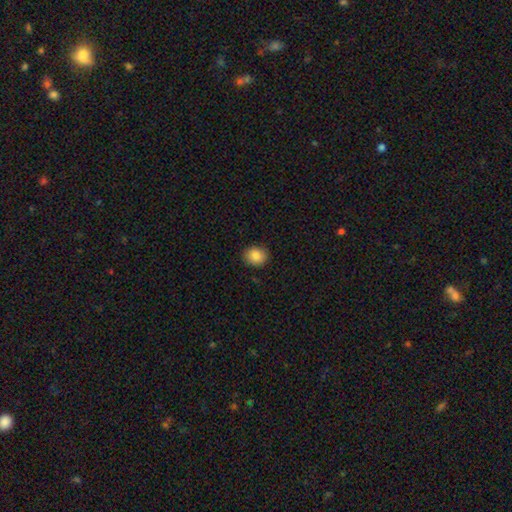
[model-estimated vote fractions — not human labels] A smooth galaxy with no disk features (85%) that is round (67%).

Vote fractions:
- Smooth or featured? smooth: 85% / star or artifact: 9% / featured or disk: 6%
- How rounded? round: 67% / in between: 32% / cigar-shaped: 1%
- Merging? none: 89% / minor disturbance: 8% / major disturbance: 2% / merger: 1%